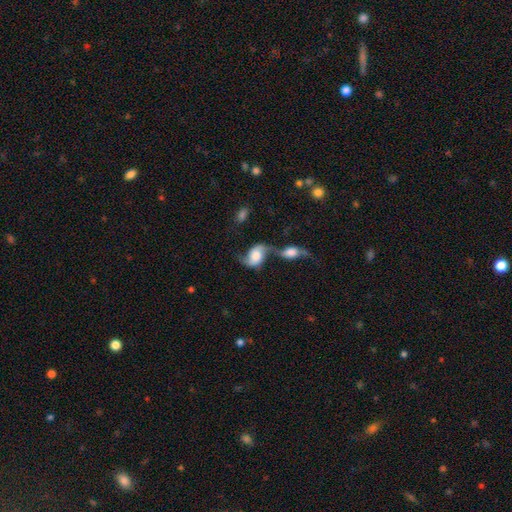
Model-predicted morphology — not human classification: type=featured or disk (66%); edge-on=no (95%); bar=no (57%); spiral arms=yes (90%); winding=loose (72%); arm count=2 (88%); bulge=large (42%); merging=merger (59%).